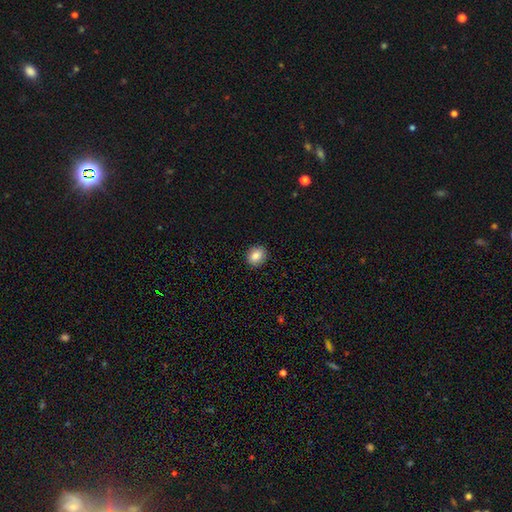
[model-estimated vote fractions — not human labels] smooth_or_featured: smooth (p=0.82) [alt: featured or disk p=0.09]
how_rounded: round (p=0.64) [alt: in between p=0.35]
merging: none (p=0.90) [alt: minor disturbance p=0.08]